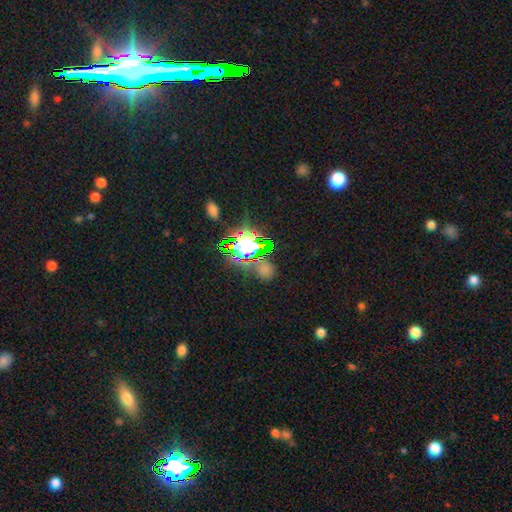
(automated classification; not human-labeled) The model was most divided on "smooth or featured": star or artifact: 81%, smooth: 10%, featured or disk: 9%.